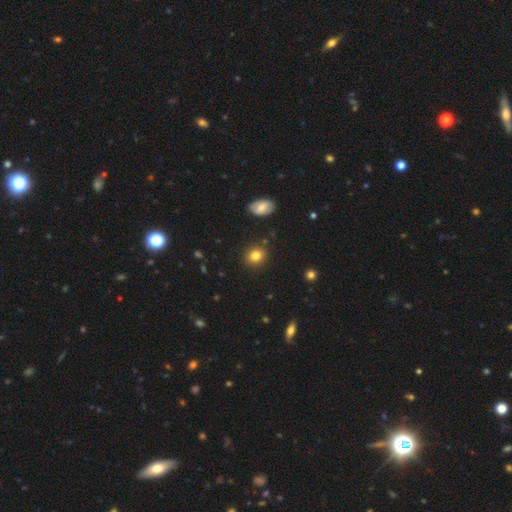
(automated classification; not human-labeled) Smooth or featured? smooth (83%)
How rounded? round (73%)
Merging? none (87%)